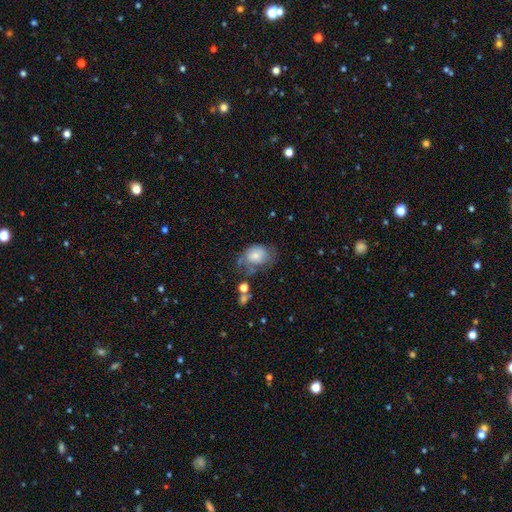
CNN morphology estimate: A smooth galaxy with no disk features (61%) that is in between round and cigar-shaped (63%).

Vote fractions:
- Smooth or featured? smooth: 61% / featured or disk: 30% / star or artifact: 9%
- How rounded? in between: 63% / round: 36% / cigar-shaped: 1%
- Merging? none: 33% / minor disturbance: 31% / major disturbance: 29% / merger: 7%